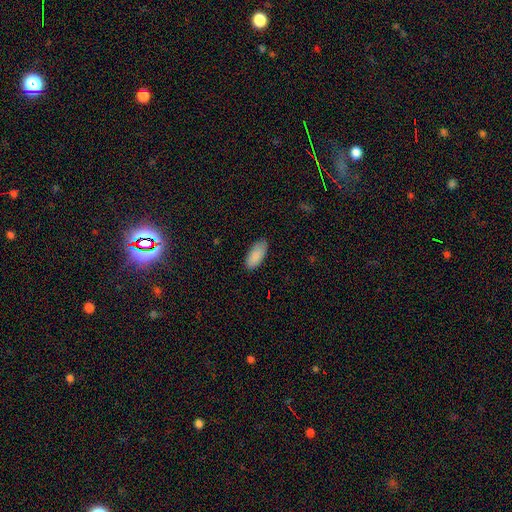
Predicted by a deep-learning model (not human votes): Smooth or featured? smooth (89%)
How rounded? in between (89%)
Merging? none (81%)